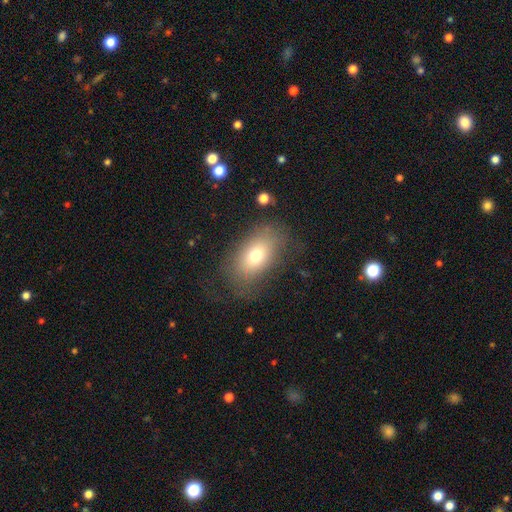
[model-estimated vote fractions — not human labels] A smooth galaxy with no disk features (70%) that is in between round and cigar-shaped (84%). Merging: none (67%).